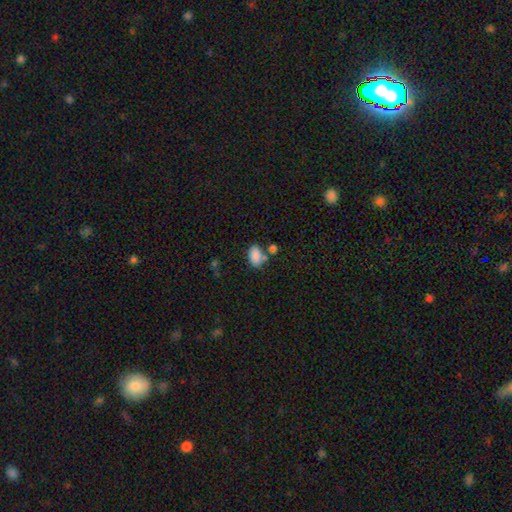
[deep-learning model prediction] Q: Smooth or featured?
A: smooth (85%); runner-up: star or artifact (9%)
Q: How rounded?
A: in between (88%); runner-up: round (10%)
Q: Merging?
A: none (56%); runner-up: merger (22%)